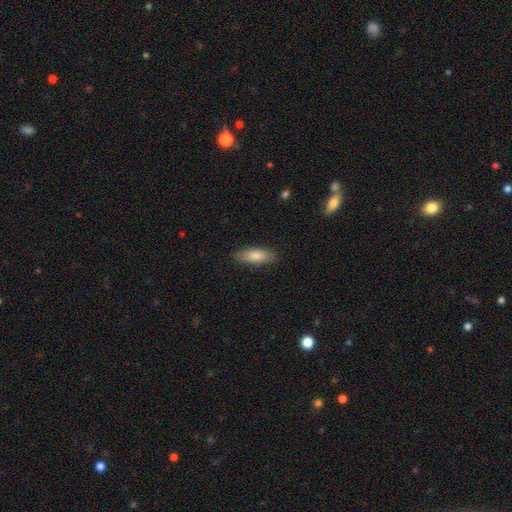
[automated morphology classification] Smooth or featured? Predicted: smooth (p=0.82). How rounded? Predicted: in between (p=0.67). Merging? Predicted: none (p=0.86).